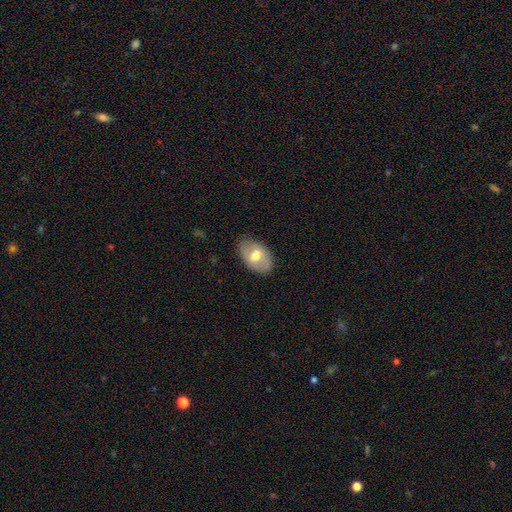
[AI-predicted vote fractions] smooth 62%, featured or disk 31%, star or artifact 6%. Down the decision tree: how rounded — in between (88%); merging — none (80%).